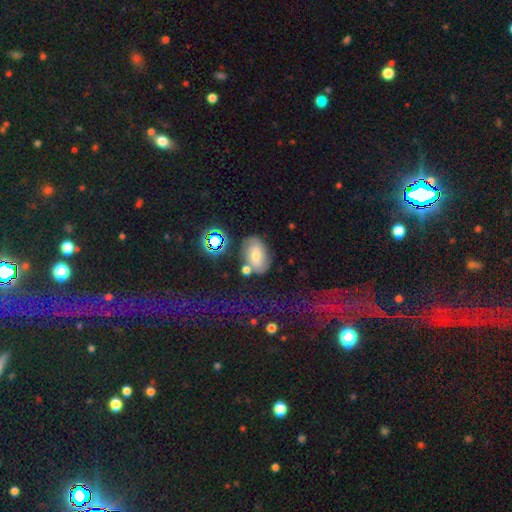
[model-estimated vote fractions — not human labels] smooth_or_featured: smooth (p=0.45) [alt: featured or disk p=0.39]
merging: none (p=0.64) [alt: minor disturbance p=0.18]